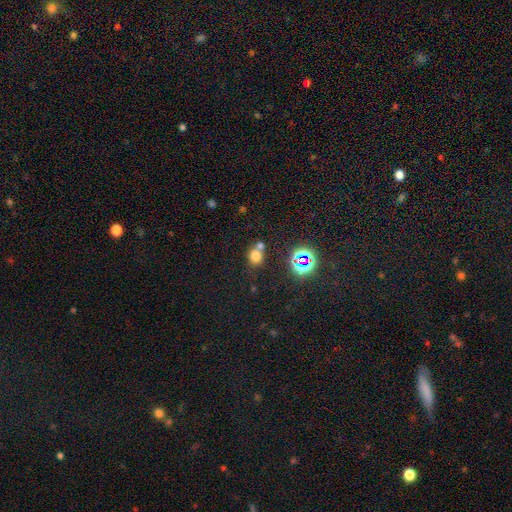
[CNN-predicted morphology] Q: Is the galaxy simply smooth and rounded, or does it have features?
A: smooth — 69%.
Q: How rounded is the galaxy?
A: round — 69%.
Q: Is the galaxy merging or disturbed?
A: none — 51%.